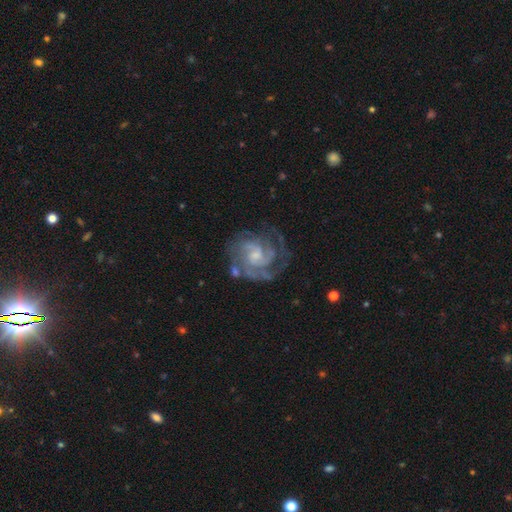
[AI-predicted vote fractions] Overall: featured or disk (88%). Edge-on disk: no (98%). Bar: no (55%; weak 39%). Spiral arms: yes (96%). Spiral arm count: 2 (29%; 3 28%). Spiral winding: tight (59%; medium 34%). Bulge size: small (53%; moderate 33%). Merging: none (65%).